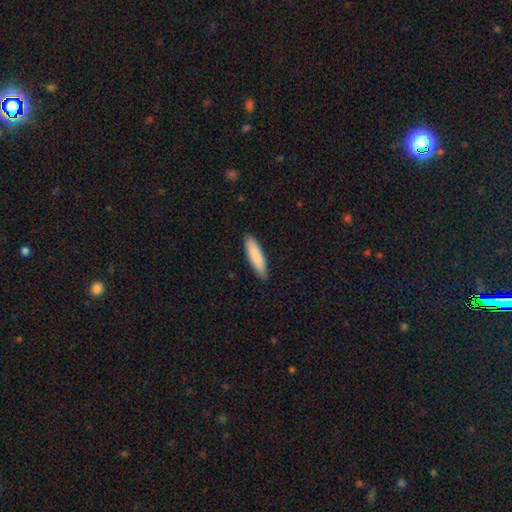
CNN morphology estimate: Smooth or featured? Predicted: smooth (p=0.87). How rounded? Predicted: cigar-shaped (p=0.69). Merging? Predicted: none (p=0.88).